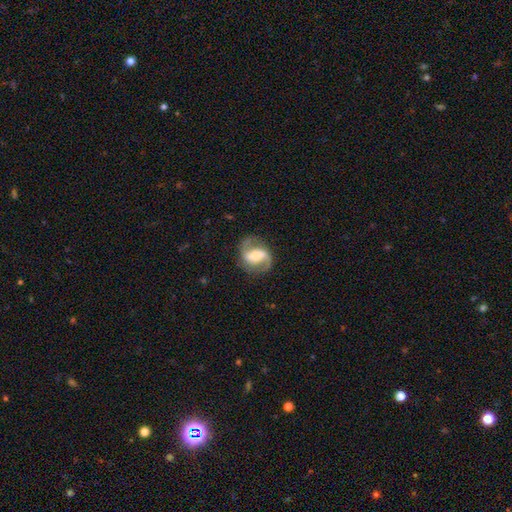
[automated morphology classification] type=featured or disk (83%); edge-on=no (97%); bar=strong (43%); spiral arms=yes (95%); winding=medium (49%); arm count=2 (92%); bulge=moderate (46%); merging=none (79%).